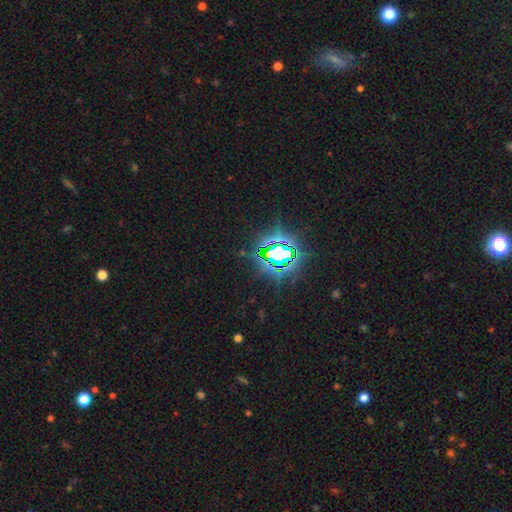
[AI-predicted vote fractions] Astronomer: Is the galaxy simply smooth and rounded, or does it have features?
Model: star or artifact — 83%.